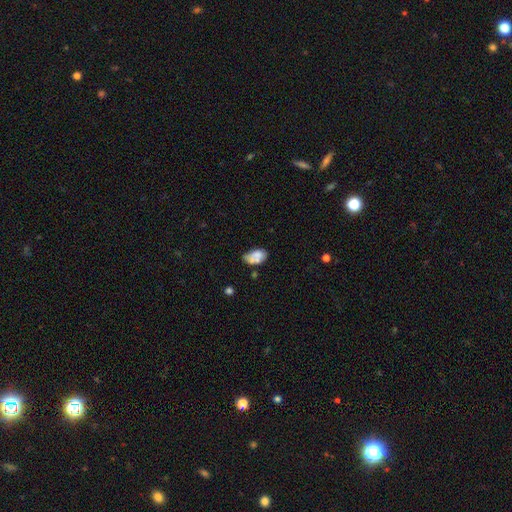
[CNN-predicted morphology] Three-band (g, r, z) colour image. It shows a smooth galaxy with no disk features (65%) that is in between round and cigar-shaped (90%). Merging: none (36%).